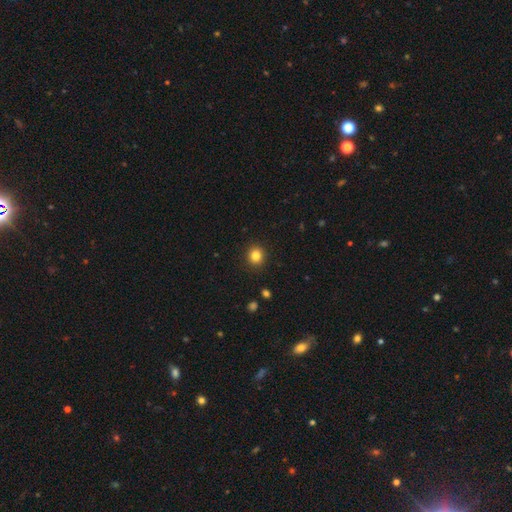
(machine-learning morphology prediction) This is clearly a smooth galaxy (83%). How rounded: clearly round (86%). Merging: clearly none (91%).